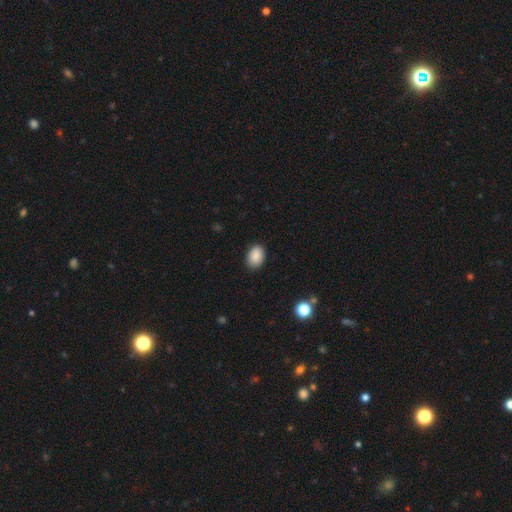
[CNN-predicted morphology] The model was most divided on "how rounded": in between: 80%, round: 19%, cigar-shaped: 1%. More confident: smooth or featured — smooth (88%); merging — none (88%).